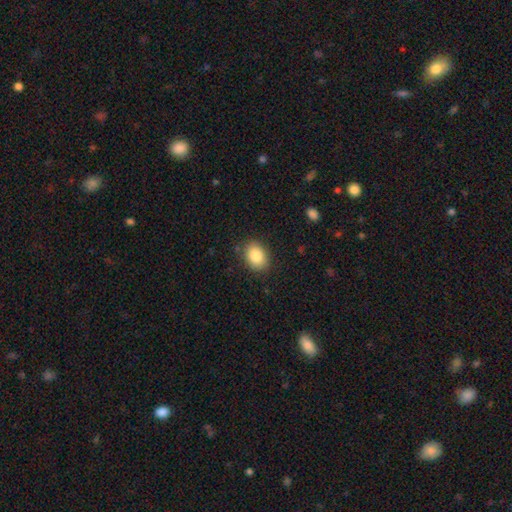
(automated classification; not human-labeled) Smooth or featured? smooth (86%)
How rounded? in between (71%)
Merging? none (86%)